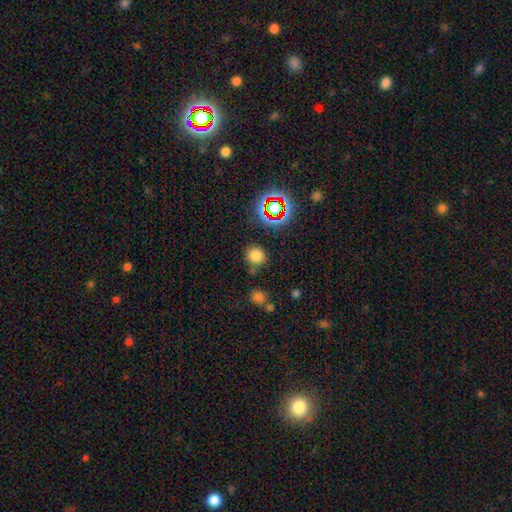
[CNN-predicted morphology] smooth 75%, star or artifact 19%, featured or disk 6%. Down the decision tree: how rounded — round (85%); merging — none (80%).